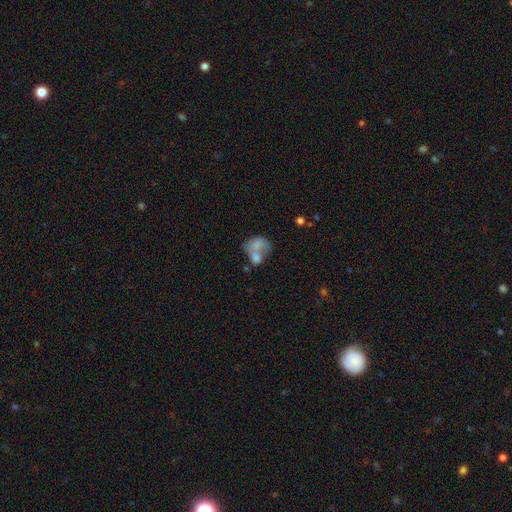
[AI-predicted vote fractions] A smooth galaxy with no disk features (65%) that is in between round and cigar-shaped (63%). Merging: merger (60%).